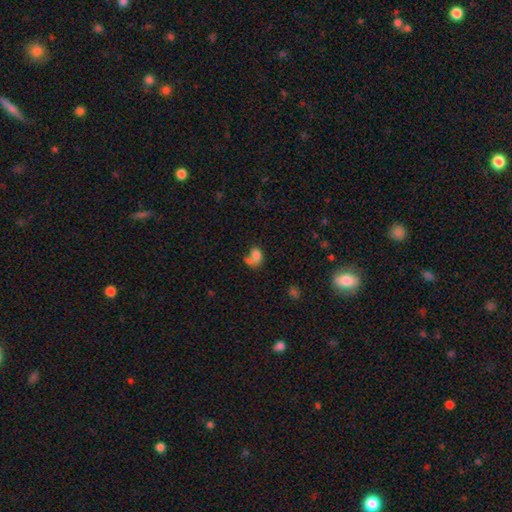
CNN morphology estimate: A smooth galaxy with no disk features (76%) that is in between round and cigar-shaped (72%). Merging: merger (53%).